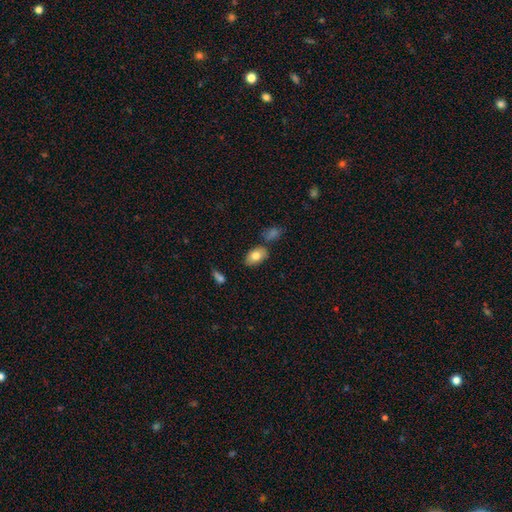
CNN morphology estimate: This appears to be a smooth galaxy with no disk features (79%) that is in between round and cigar-shaped (92%). Merging: none (75%).